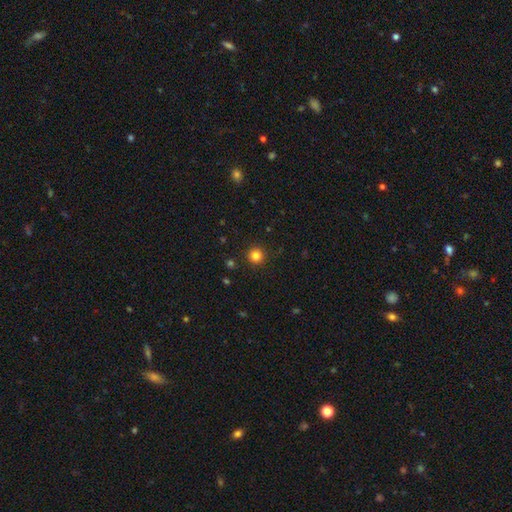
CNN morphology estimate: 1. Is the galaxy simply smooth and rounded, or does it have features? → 82% smooth, 13% star or artifact, 4% featured or disk.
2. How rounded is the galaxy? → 96% round, 3% in between, 1% cigar-shaped.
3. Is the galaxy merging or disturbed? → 92% none, 5% minor disturbance, 2% major disturbance, 1% merger.